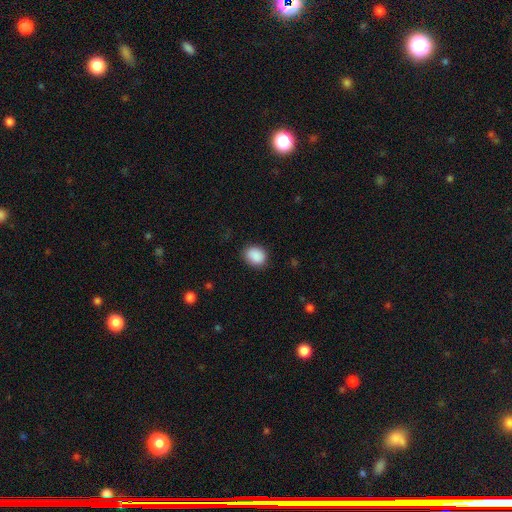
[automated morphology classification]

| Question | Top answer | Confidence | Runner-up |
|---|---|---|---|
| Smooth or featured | smooth | 90% | star or artifact (7%) |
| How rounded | in between | 54% | round (45%) |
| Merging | none | 85% | minor disturbance (11%) |